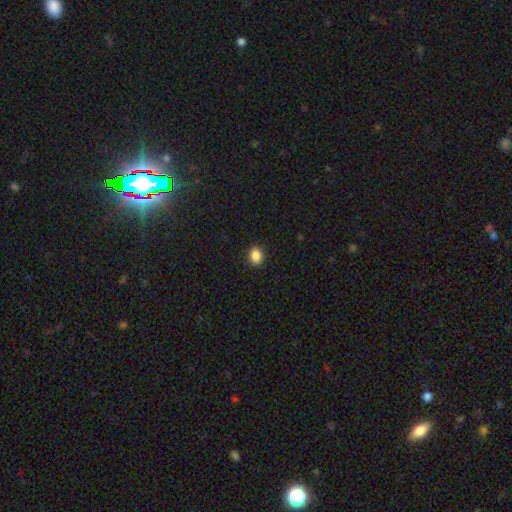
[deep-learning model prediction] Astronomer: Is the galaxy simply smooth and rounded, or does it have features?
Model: smooth — 87%.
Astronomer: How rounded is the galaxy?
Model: in between — 59% (runner-up: round, 40%).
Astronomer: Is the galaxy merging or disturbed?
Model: none — 91%.